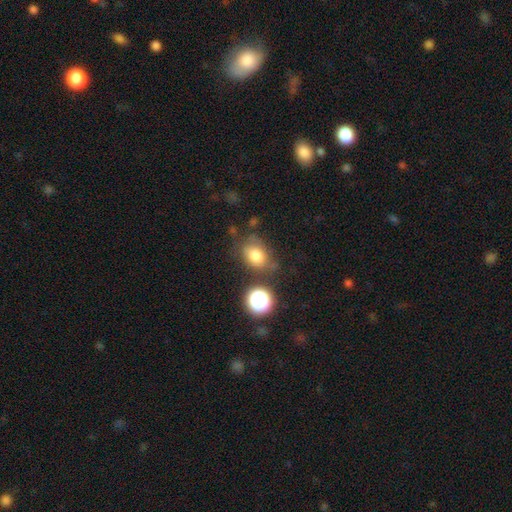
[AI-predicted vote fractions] Morphology: type=smooth (76%); roundness=in between (60%); merging=none (58%).